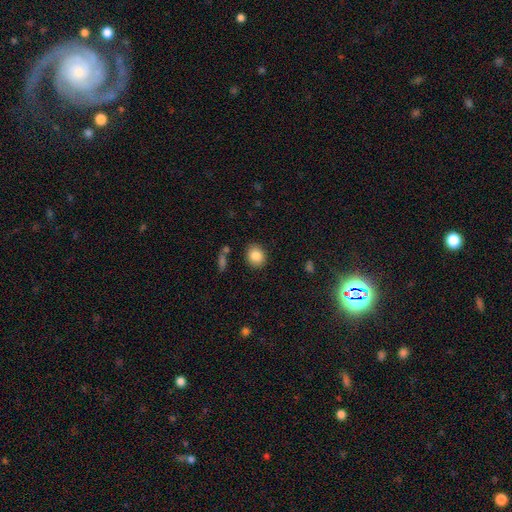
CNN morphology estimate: The model was most divided on "how rounded": round: 66%, in between: 33%, cigar-shaped: 1%. More confident: merging — none (87%); smooth or featured — smooth (85%).